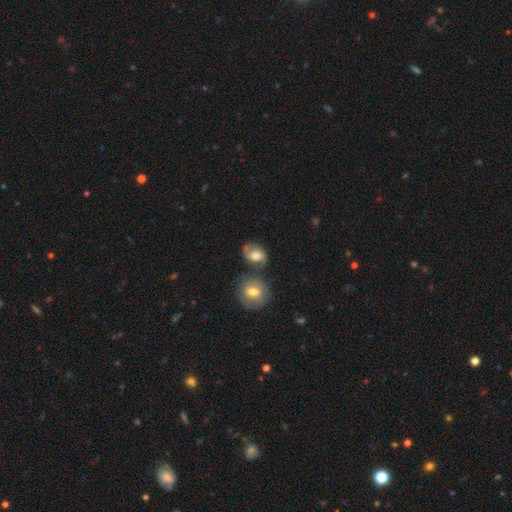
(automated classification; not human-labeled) A smooth galaxy with no disk features (48%). Merging: none (55%).